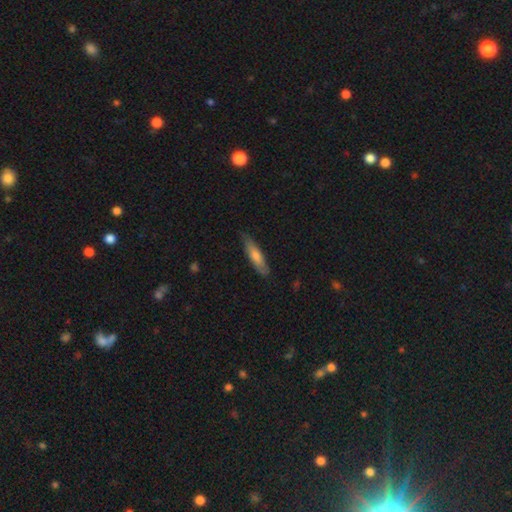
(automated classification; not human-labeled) Smooth or featured: smooth — 60% (featured or disk — 34%)
How rounded: cigar-shaped — 81% (in between — 17%)
Merging: none — 84% (minor disturbance — 13%)